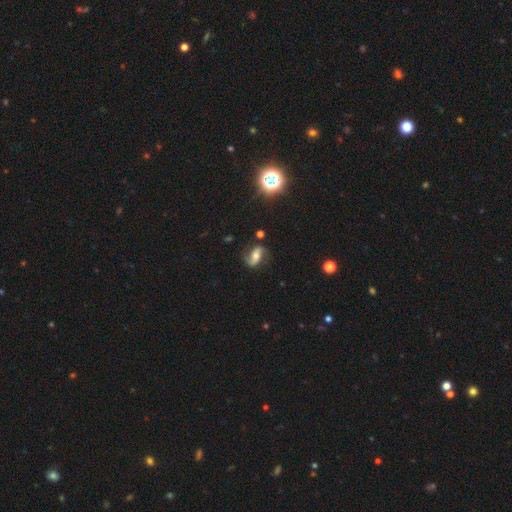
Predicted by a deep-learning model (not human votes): The model was most divided on "bar": no: 42%, weak: 31%, strong: 27%. More confident: edge-on disk — no (94%); spiral arms — yes (91%); spiral arm count — 2 (88%); merging — none (75%); smooth or featured — featured or disk (70%); bulge size — moderate (64%); spiral winding — loose (55%).